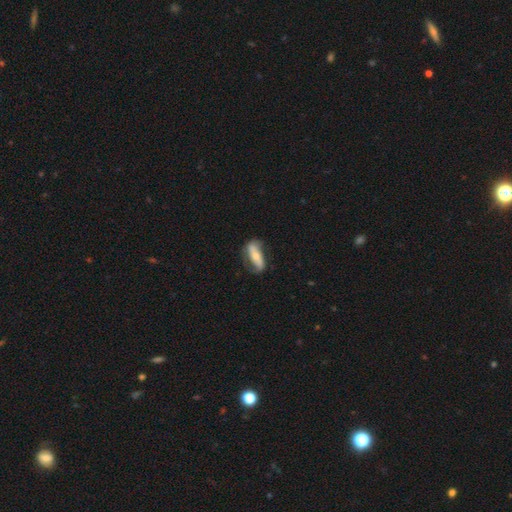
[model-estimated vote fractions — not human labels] featured or disk 55%, smooth 39%, star or artifact 6%. Down the decision tree: edge-on disk — no (79%); merging — none (59%).